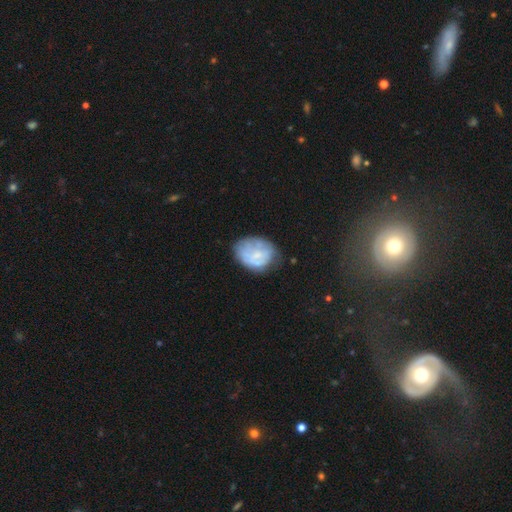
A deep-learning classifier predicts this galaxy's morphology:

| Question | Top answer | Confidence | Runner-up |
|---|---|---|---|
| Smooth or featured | smooth | 48% | featured or disk (44%) |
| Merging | none | 51% | minor disturbance (29%) |